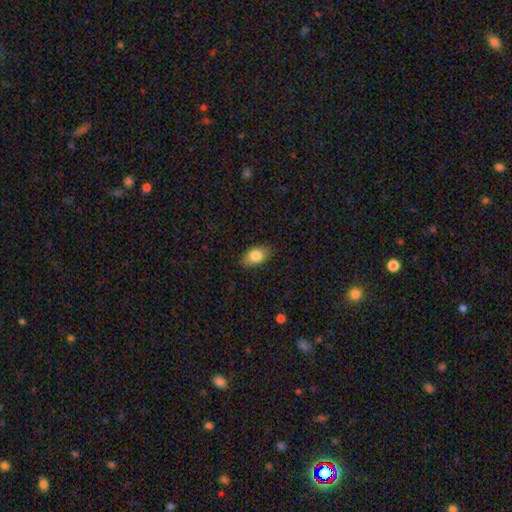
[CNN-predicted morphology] Smooth or featured?
  - smooth: 84% *
  - featured or disk: 9%
  - star or artifact: 8%
How rounded?
  - in between: 87% *
  - round: 11%
  - cigar-shaped: 2%
Merging?
  - none: 83% *
  - minor disturbance: 13%
  - major disturbance: 3%
  - merger: 1%